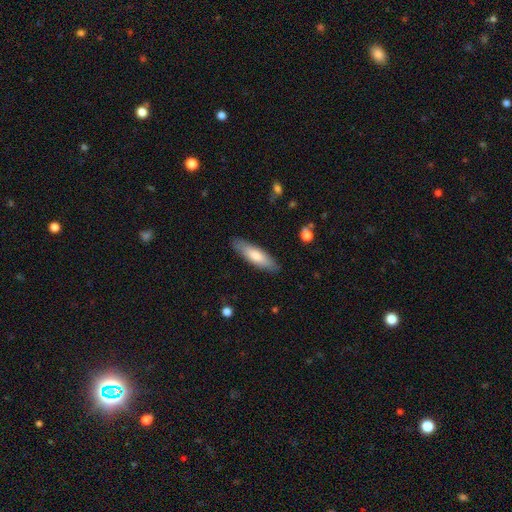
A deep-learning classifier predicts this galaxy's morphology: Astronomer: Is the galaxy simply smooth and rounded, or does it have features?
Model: smooth — 75%.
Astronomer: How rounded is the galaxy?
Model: cigar-shaped — 56% (runner-up: in between, 42%).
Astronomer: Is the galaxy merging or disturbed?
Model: none — 86%.